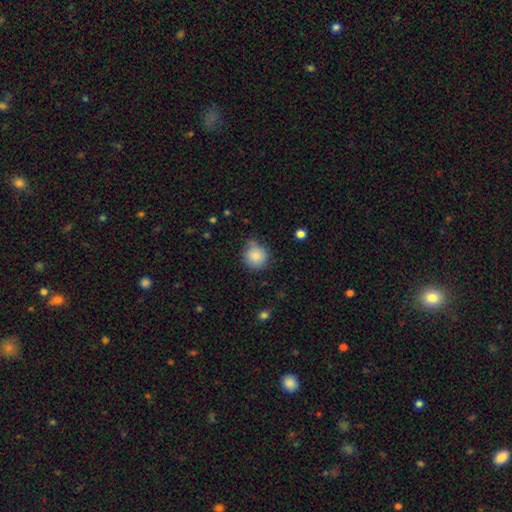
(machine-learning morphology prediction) Smooth or featured? Predicted: smooth (p=0.85). How rounded? Predicted: round (p=0.88). Merging? Predicted: none (p=0.68).